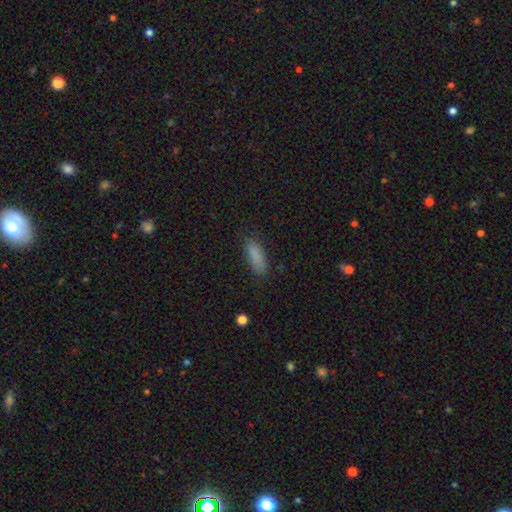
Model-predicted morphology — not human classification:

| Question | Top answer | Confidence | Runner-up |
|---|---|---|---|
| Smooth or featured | smooth | 86% | star or artifact (8%) |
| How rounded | in between | 58% | cigar-shaped (40%) |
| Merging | none | 80% | minor disturbance (15%) |